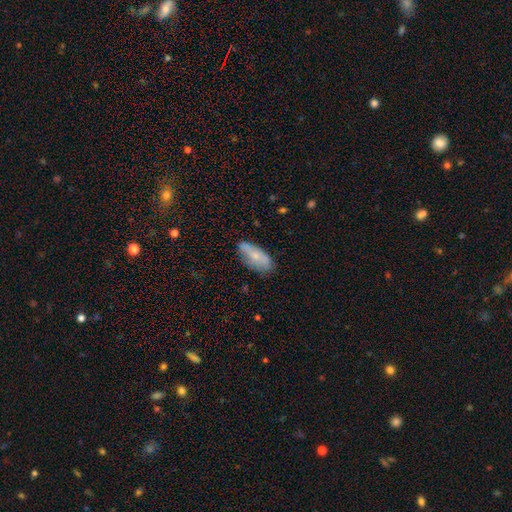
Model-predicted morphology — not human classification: Smooth or featured? smooth (63%)
How rounded? in between (81%)
Merging? none (70%)